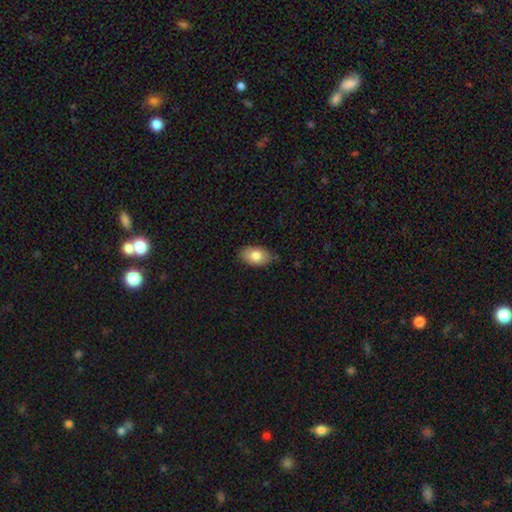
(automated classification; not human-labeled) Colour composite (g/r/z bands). It shows a smooth galaxy with no disk features (80%) that is in between round and cigar-shaped (90%). Merging: none (78%).